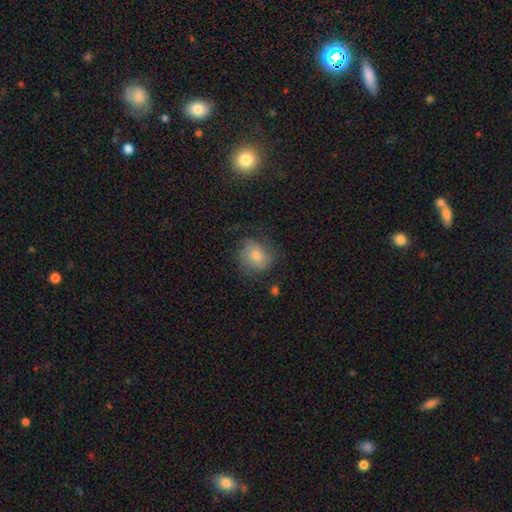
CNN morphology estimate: Smooth or featured? Predicted: smooth (p=0.65). How rounded? Predicted: round (p=0.72). Merging? Predicted: none (p=0.66).